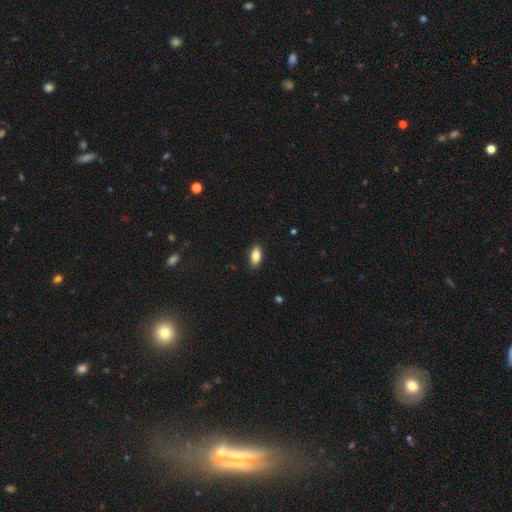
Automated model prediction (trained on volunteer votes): Q: Smooth or featured?
A: smooth (84%); runner-up: featured or disk (9%)
Q: How rounded?
A: in between (88%); runner-up: cigar-shaped (8%)
Q: Merging?
A: none (88%); runner-up: minor disturbance (9%)